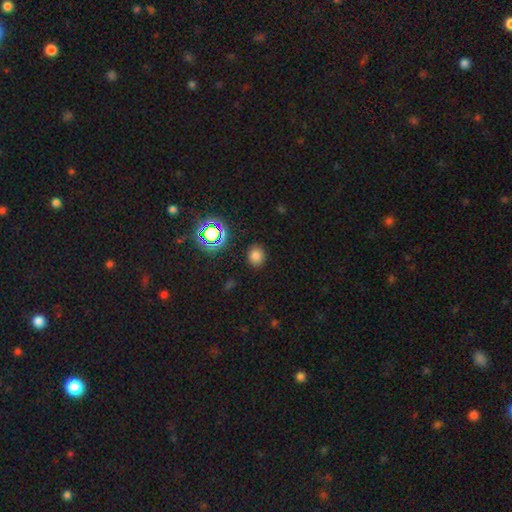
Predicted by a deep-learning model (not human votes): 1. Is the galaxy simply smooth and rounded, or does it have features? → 76% smooth, 19% star or artifact, 5% featured or disk.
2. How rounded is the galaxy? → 70% round, 29% in between, 1% cigar-shaped.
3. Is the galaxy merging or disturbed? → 87% none, 9% minor disturbance, 3% major disturbance, 2% merger.